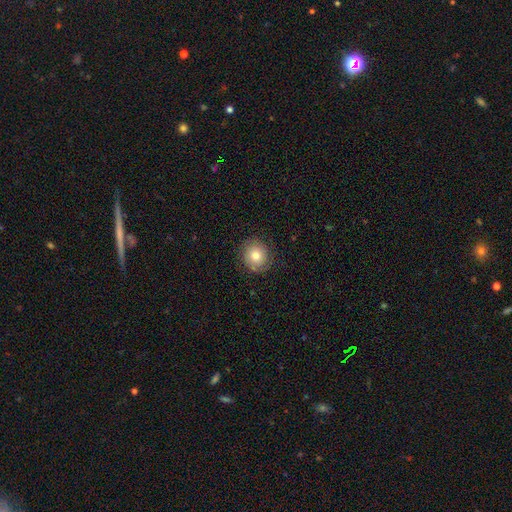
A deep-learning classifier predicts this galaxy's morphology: Smooth or featured?
  - smooth: 63% *
  - featured or disk: 28%
  - star or artifact: 9%
How rounded?
  - round: 86% *
  - in between: 13%
  - cigar-shaped: 1%
Merging?
  - none: 81% *
  - minor disturbance: 13%
  - major disturbance: 5%
  - merger: 1%